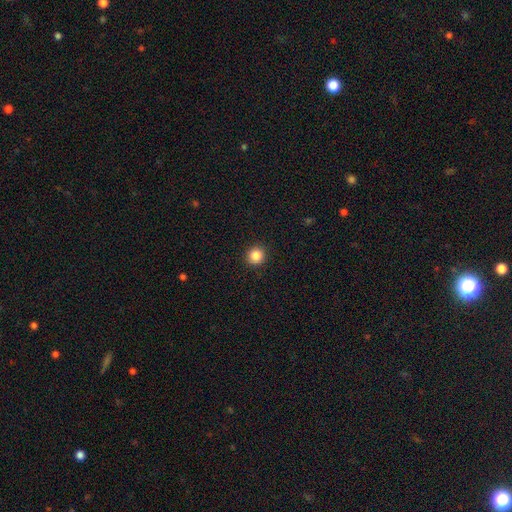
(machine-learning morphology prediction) This is clearly a smooth galaxy (85%). How rounded: clearly round (93%). Merging: clearly none (92%).